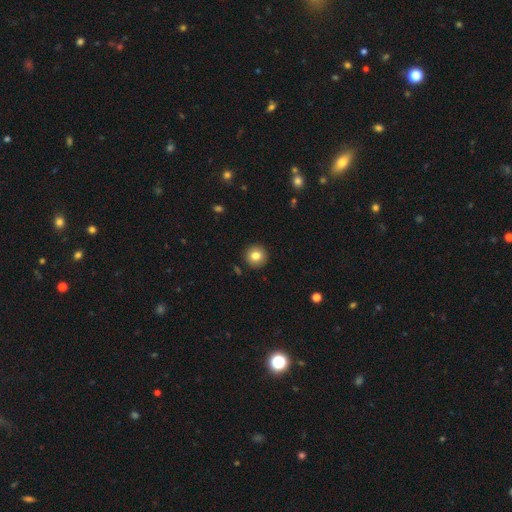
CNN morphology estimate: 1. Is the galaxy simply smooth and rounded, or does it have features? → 81% smooth, 10% star or artifact, 9% featured or disk.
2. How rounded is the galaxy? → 94% round, 5% in between, 1% cigar-shaped.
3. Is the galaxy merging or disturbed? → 92% none, 5% minor disturbance, 2% major disturbance, 1% merger.